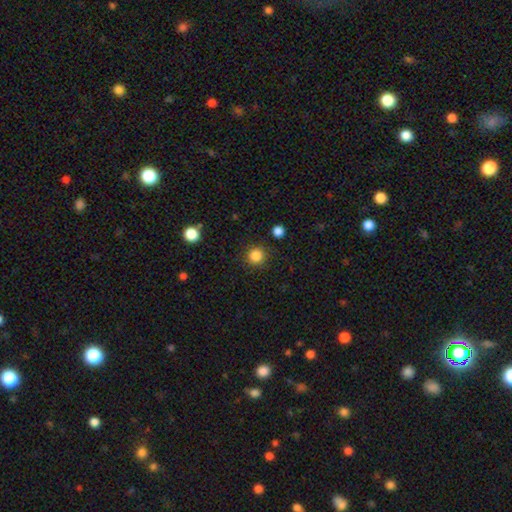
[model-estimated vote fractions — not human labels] Smooth or featured? smooth (85%)
How rounded? round (94%)
Merging? none (89%)